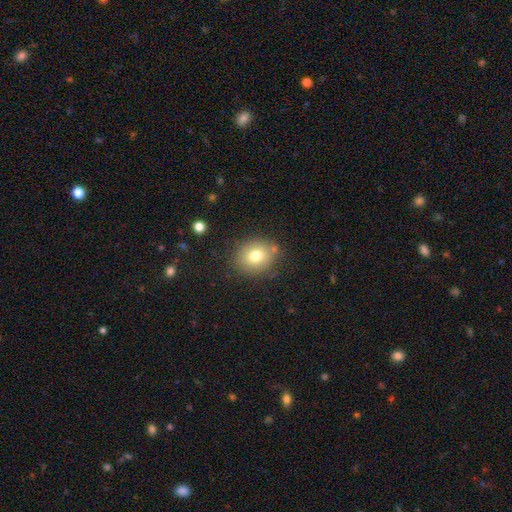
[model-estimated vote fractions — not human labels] smooth 76%, featured or disk 12%, star or artifact 12%. Down the decision tree: how rounded — round (69%); merging — none (81%).